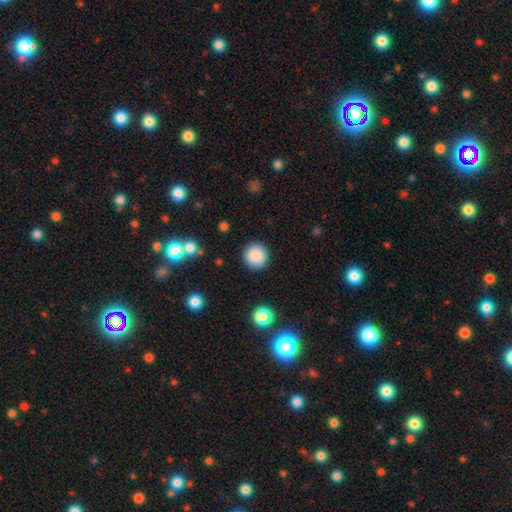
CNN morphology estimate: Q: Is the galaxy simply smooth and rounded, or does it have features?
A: smooth — 87%.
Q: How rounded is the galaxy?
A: round — 94%.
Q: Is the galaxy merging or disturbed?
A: none — 90%.